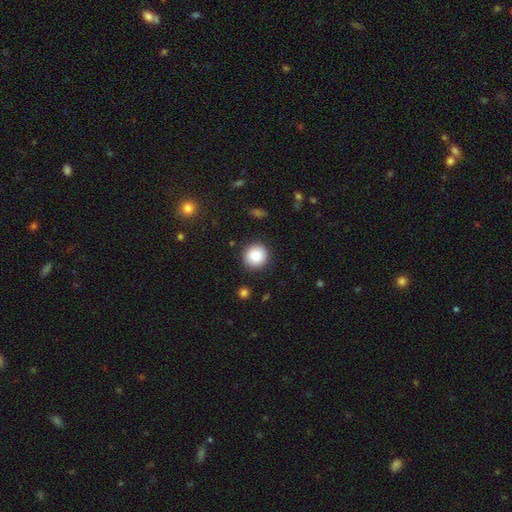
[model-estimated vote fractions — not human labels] Smooth or featured? Predicted: smooth (p=0.85). How rounded? Predicted: round (p=0.94). Merging? Predicted: none (p=0.91).